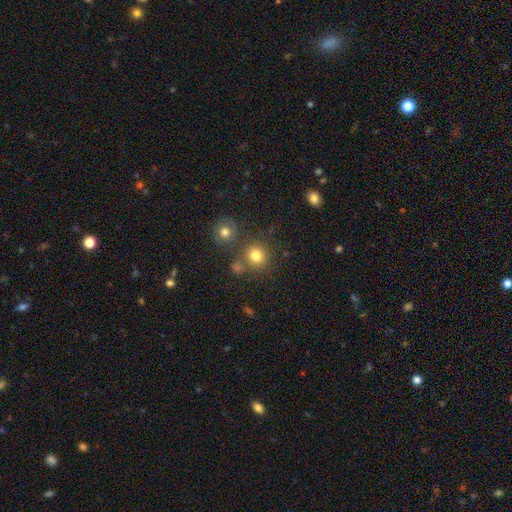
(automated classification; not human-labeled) A smooth galaxy with no disk features (78%) that is round (90%).

Vote fractions:
- Smooth or featured? smooth: 78% / star or artifact: 14% / featured or disk: 8%
- How rounded? round: 90% / in between: 9% / cigar-shaped: 1%
- Merging? none: 75% / merger: 13% / minor disturbance: 9% / major disturbance: 4%